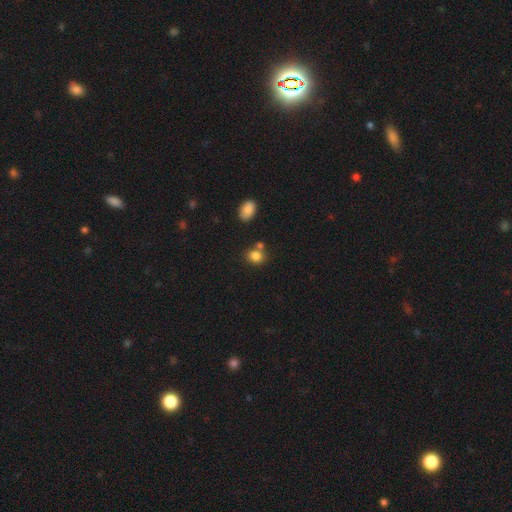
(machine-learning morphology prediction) smooth_or_featured: smooth (p=0.83) [alt: star or artifact p=0.11]
how_rounded: round (p=0.54) [alt: in between p=0.45]
merging: none (p=0.64) [alt: merger p=0.20]